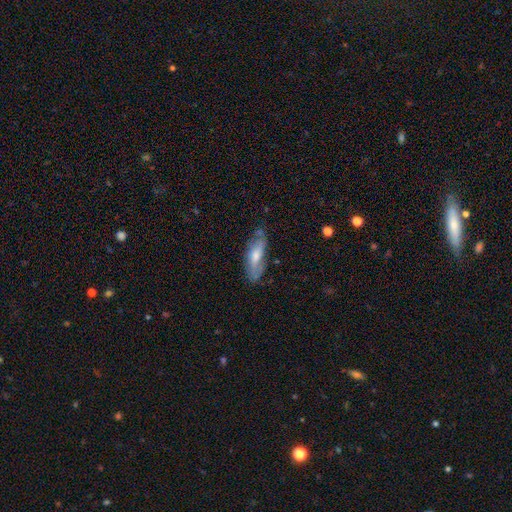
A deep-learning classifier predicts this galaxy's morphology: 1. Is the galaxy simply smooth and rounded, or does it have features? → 52% smooth, 41% featured or disk, 7% star or artifact.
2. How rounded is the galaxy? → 52% in between, 46% cigar-shaped, 2% round.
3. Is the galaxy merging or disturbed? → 68% none, 23% minor disturbance, 6% major disturbance, 3% merger.